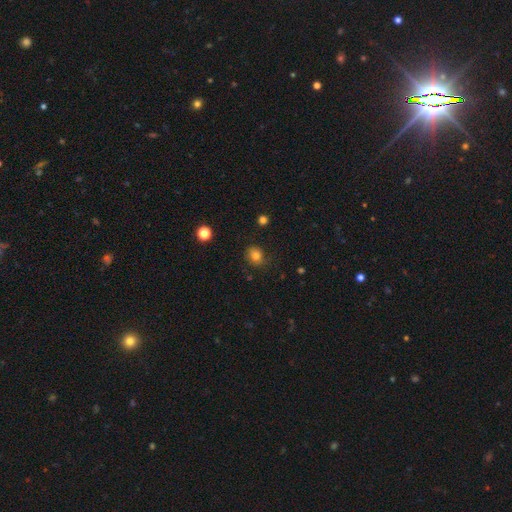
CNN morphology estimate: Smooth or featured? smooth (79%)
How rounded? round (69%)
Merging? none (78%)